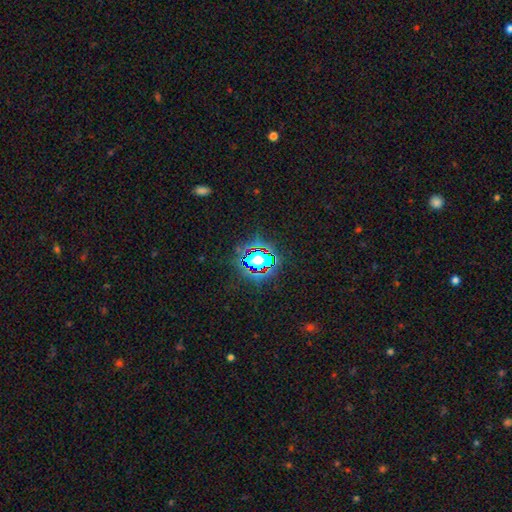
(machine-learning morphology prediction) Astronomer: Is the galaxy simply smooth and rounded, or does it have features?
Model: star or artifact — 62%.